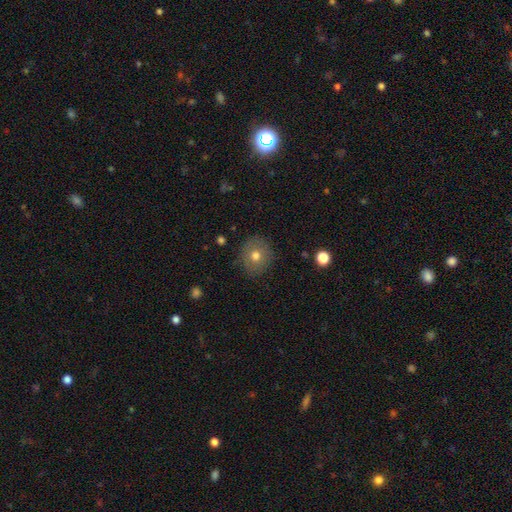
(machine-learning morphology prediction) smooth_or_featured: smooth (p=0.72) [alt: featured or disk p=0.18]
how_rounded: round (p=0.82) [alt: in between p=0.17]
merging: none (p=0.84) [alt: minor disturbance p=0.11]